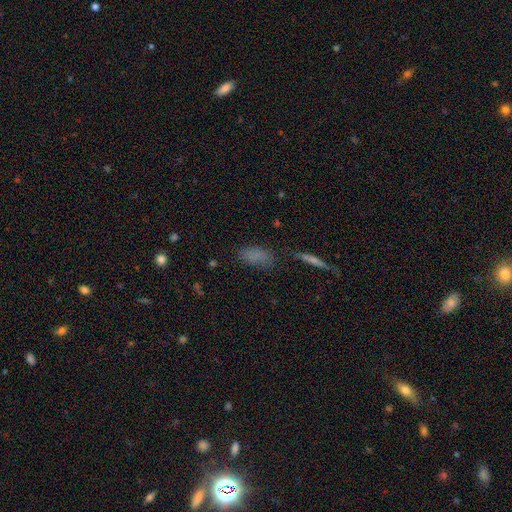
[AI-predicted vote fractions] A smooth galaxy with no disk features (76%) that is in between round and cigar-shaped (82%).

Vote fractions:
- Smooth or featured? smooth: 76% / star or artifact: 15% / featured or disk: 10%
- How rounded? in between: 82% / cigar-shaped: 14% / round: 4%
- Merging? none: 66% / minor disturbance: 20% / major disturbance: 8% / merger: 6%